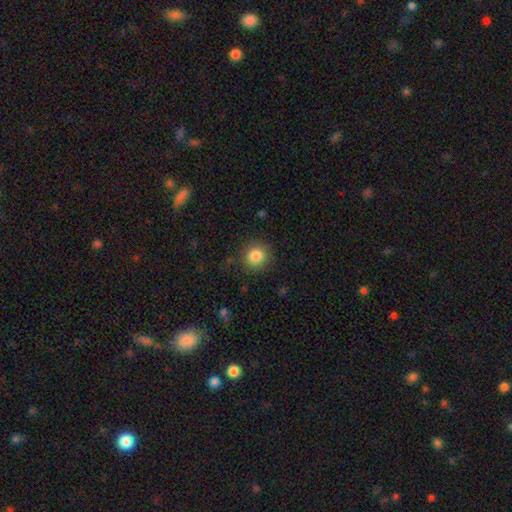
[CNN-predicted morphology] Overall: smooth (85%). How rounded: round (90%). Merging: none (88%).